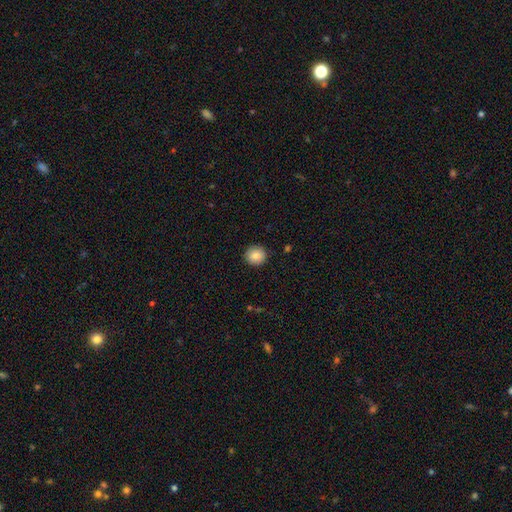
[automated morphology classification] smooth 86%, star or artifact 8%, featured or disk 6%. Down the decision tree: how rounded — round (92%); merging — none (91%).